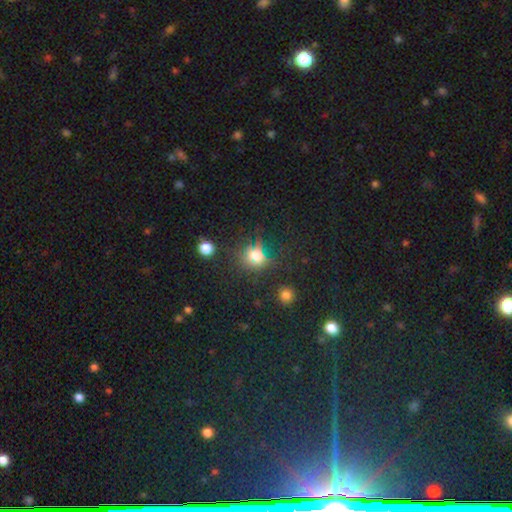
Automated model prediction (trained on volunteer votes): Smooth or featured? Predicted: smooth (p=0.63). How rounded? Predicted: round (p=0.76). Merging? Predicted: none (p=0.70).